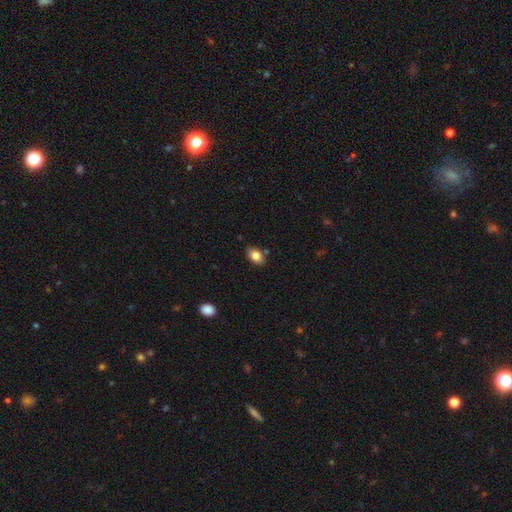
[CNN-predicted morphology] smooth-or-featured: smooth: 83% | featured or disk: 9% | star or artifact: 8%
  how-rounded: in between: 86% | round: 12% | cigar-shaped: 2%
  merging: none: 82% | minor disturbance: 12% | merger: 4% | major disturbance: 2%